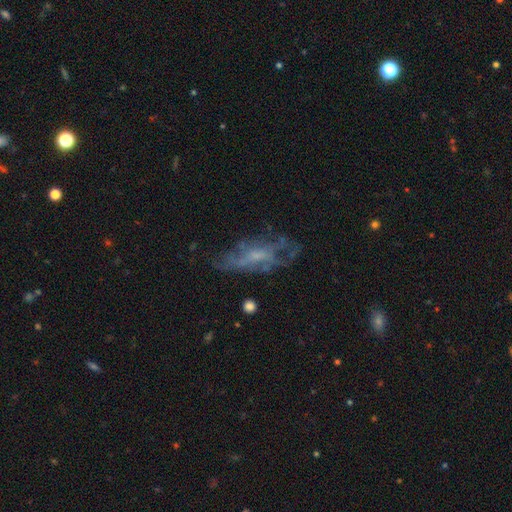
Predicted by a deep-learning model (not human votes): Overall: featured or disk (63%; smooth 26%). Edge-on disk: no (84%). Bar: no (64%; weak 30%). Spiral arms: yes (52%; no 48%). Bulge size: small (42%; moderate 27%). Merging: none (53%; minor disturbance 23%).